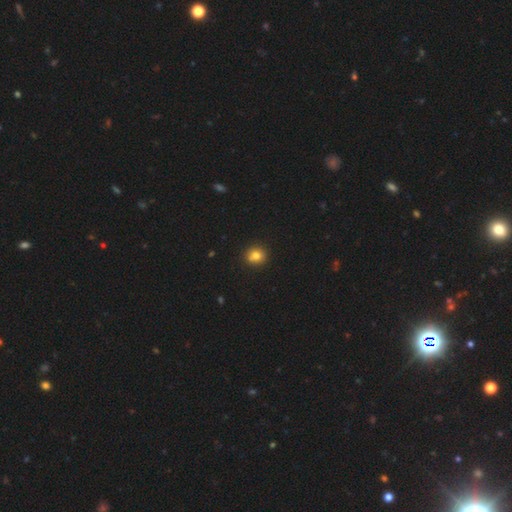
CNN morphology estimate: A smooth galaxy with no disk features (80%) that is round (84%).

Vote fractions:
- Smooth or featured? smooth: 80% / star or artifact: 13% / featured or disk: 7%
- How rounded? round: 84% / in between: 15% / cigar-shaped: 1%
- Merging? none: 87% / minor disturbance: 8% / merger: 3% / major disturbance: 2%